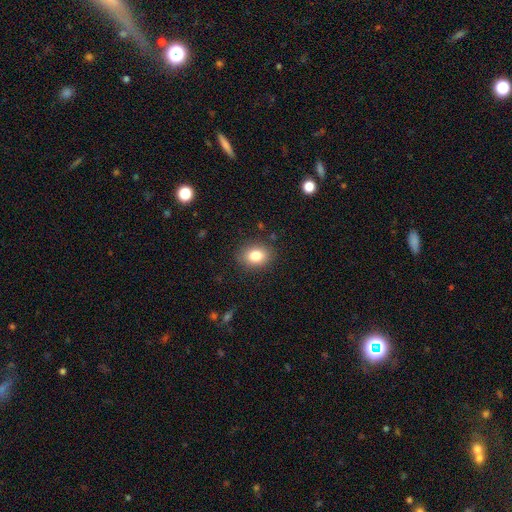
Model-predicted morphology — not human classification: A smooth galaxy with no disk features (81%) that is in between round and cigar-shaped (51%).

Vote fractions:
- Smooth or featured? smooth: 81% / star or artifact: 10% / featured or disk: 9%
- How rounded? in between: 51% / round: 49% / cigar-shaped: 1%
- Merging? none: 87% / minor disturbance: 9% / major disturbance: 3% / merger: 1%